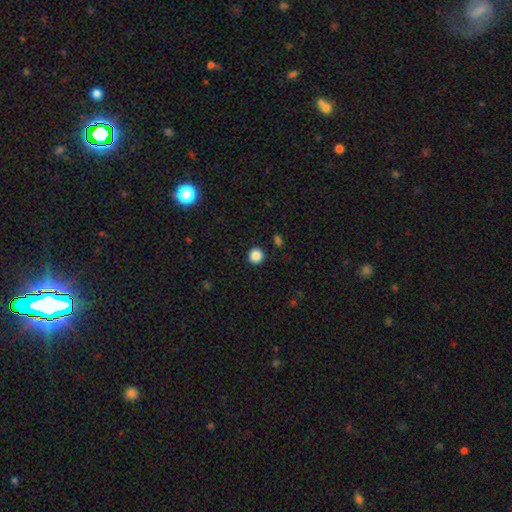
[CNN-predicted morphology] The model was most divided on "smooth or featured": smooth: 86%, star or artifact: 11%, featured or disk: 3%. More confident: how rounded — round (95%); merging — none (92%).